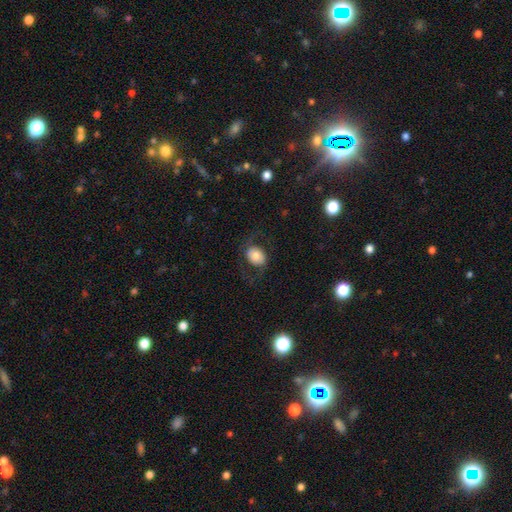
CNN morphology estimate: type=smooth (61%); roundness=in between (56%); merging=none (67%).